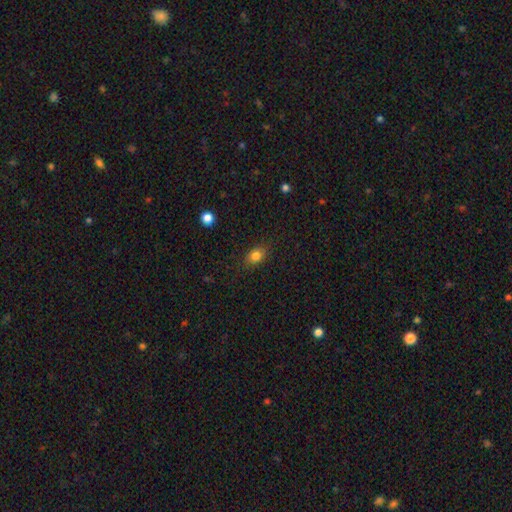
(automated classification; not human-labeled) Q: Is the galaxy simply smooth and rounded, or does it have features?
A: smooth — 82%.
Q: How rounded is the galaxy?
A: in between — 62%.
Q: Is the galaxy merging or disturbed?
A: none — 82%.